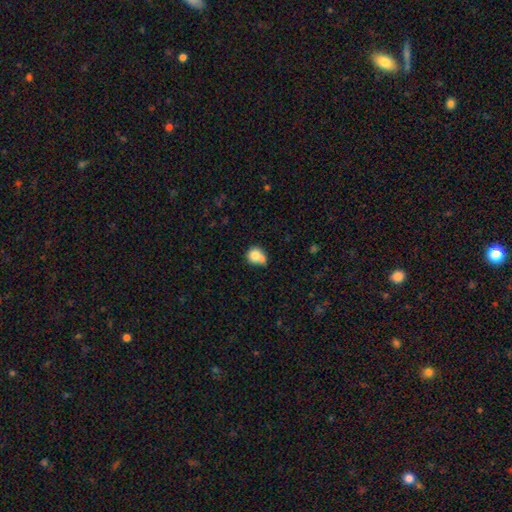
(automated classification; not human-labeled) Smooth or featured: smooth — 78% (featured or disk — 13%)
How rounded: round — 68% (in between — 30%)
Merging: merger — 34% (tied with none — 34%)